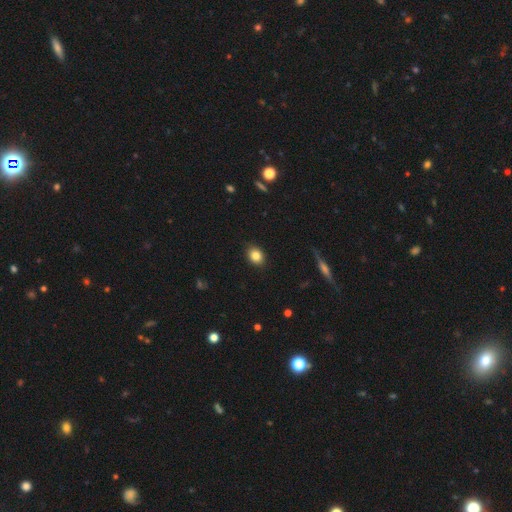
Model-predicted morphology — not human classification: smooth_or_featured: smooth (p=0.84) [alt: star or artifact p=0.10]
how_rounded: round (p=0.51) [alt: in between p=0.47]
merging: none (p=0.88) [alt: minor disturbance p=0.09]